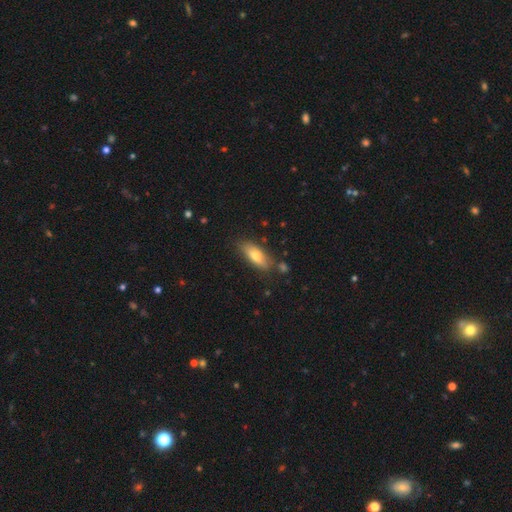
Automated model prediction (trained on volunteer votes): This appears to be a smooth galaxy with no disk features (71%) that is in between round and cigar-shaped (72%). Merging: none (78%).